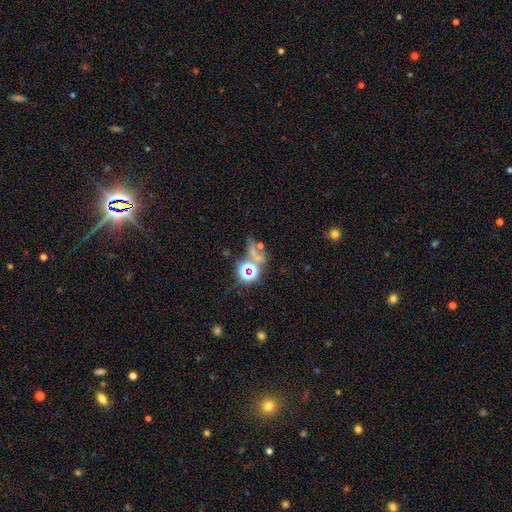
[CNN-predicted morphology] Smooth or featured?
  - star or artifact: 55% *
  - smooth: 31%
  - featured or disk: 14%